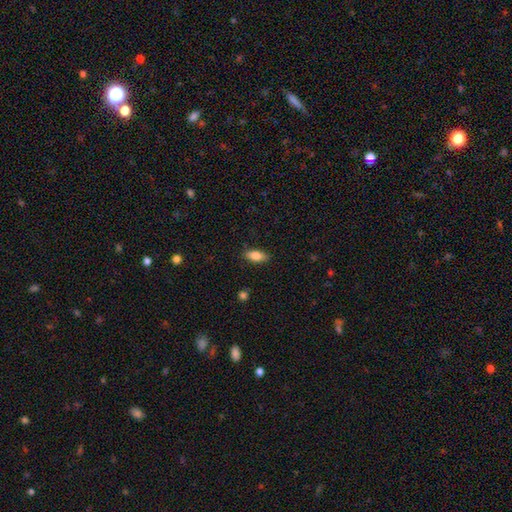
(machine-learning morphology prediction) Smooth or featured: smooth — 84% (featured or disk — 9%)
How rounded: in between — 83% (cigar-shaped — 14%)
Merging: none — 85% (minor disturbance — 11%)